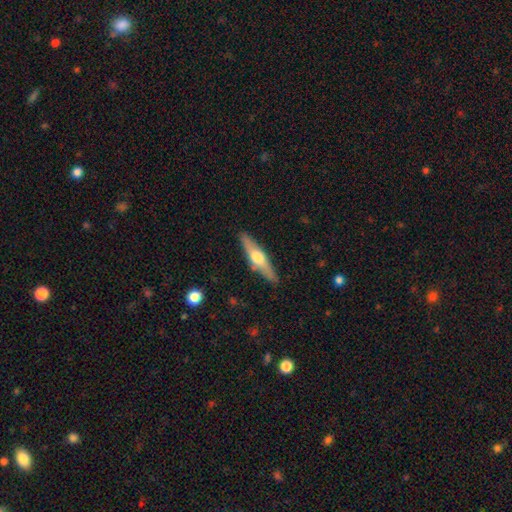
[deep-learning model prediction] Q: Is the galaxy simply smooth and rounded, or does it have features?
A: featured or disk — 63%.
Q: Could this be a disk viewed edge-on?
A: yes — 95%.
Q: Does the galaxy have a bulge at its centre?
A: rounded — 94%.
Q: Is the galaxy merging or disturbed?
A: none — 88%.